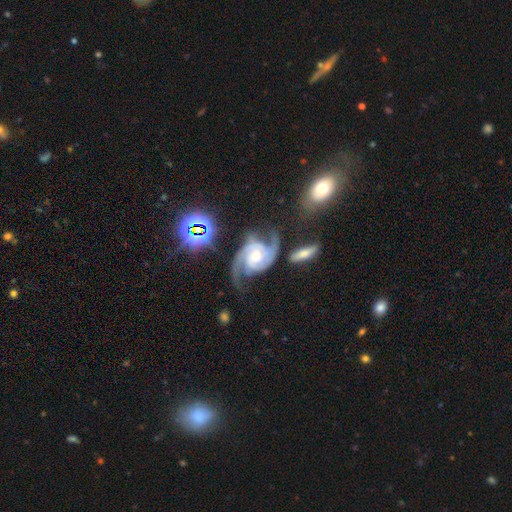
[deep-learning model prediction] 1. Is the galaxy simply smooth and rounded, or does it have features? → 87% featured or disk, 7% star or artifact, 6% smooth.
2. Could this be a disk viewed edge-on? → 97% no, 3% yes.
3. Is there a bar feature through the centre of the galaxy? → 63% no, 29% weak, 8% strong.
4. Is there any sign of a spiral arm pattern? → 98% yes, 2% no.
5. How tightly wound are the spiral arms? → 50% medium, 29% loose, 21% tight.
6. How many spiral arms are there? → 75% 2, 12% 3, 5% can't tell, 3% 1, 3% 4, 2% more than 4.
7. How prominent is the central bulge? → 51% moderate, 37% small, 8% large, 3% none, 2% dominant.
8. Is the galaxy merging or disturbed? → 52% none, 21% minor disturbance, 20% major disturbance, 7% merger.